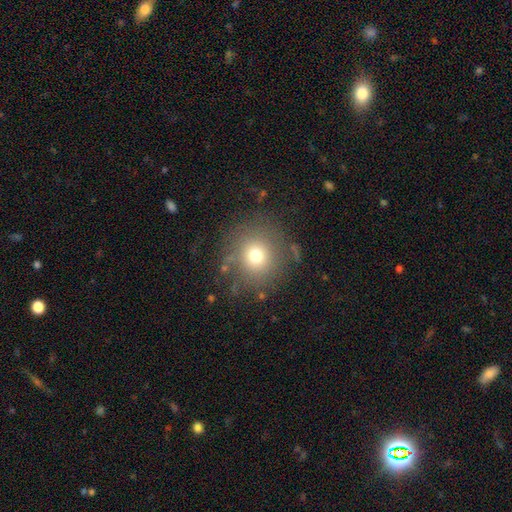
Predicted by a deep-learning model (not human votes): Smooth or featured? smooth (71%)
How rounded? round (91%)
Merging? none (81%)